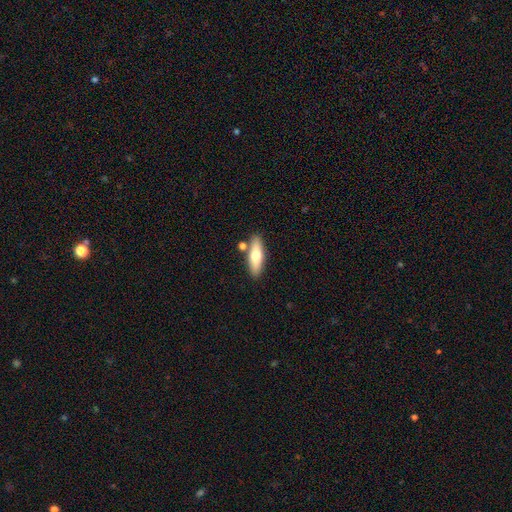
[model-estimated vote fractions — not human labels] smooth-or-featured: smooth: 64% | featured or disk: 30% | star or artifact: 6%
  how-rounded: cigar-shaped: 49% | in between: 48% | round: 3%
  merging: none: 80% | minor disturbance: 10% | merger: 8% | major disturbance: 2%